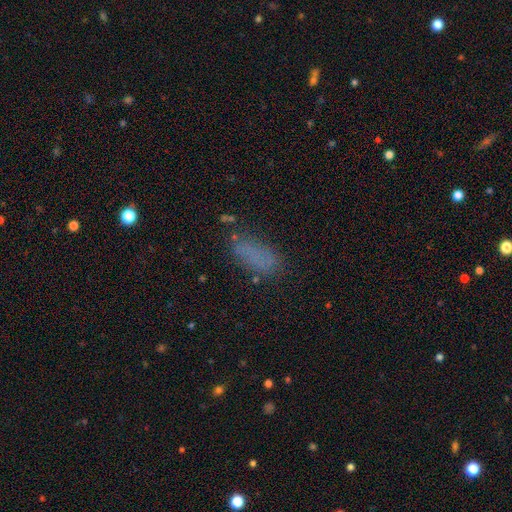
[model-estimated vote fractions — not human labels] smooth 70%, star or artifact 15%, featured or disk 15%. Down the decision tree: how rounded — in between (78%); merging — none (64%).